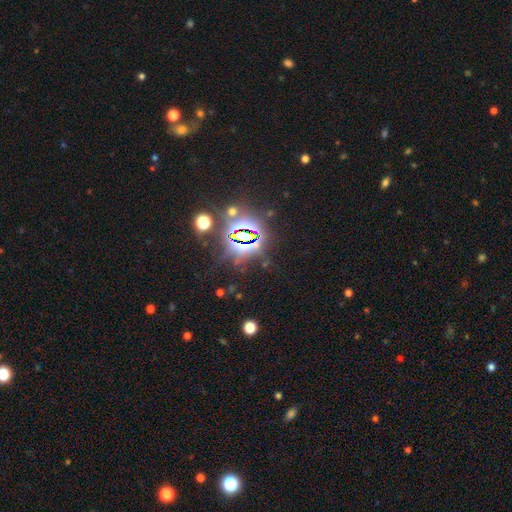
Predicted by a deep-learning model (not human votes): smooth-or-featured: star or artifact: 83% | smooth: 9% | featured or disk: 8%